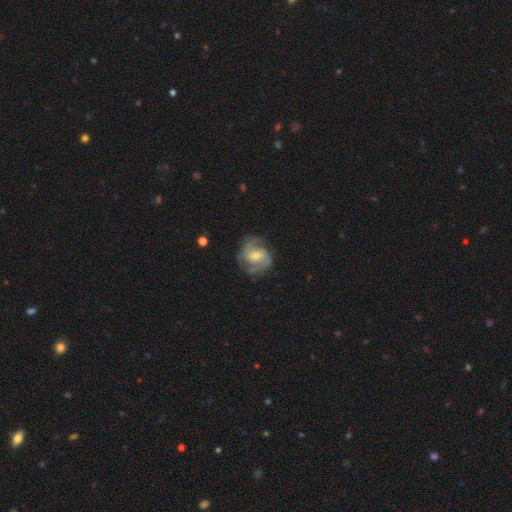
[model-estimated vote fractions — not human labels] Smooth or featured: featured or disk — 76% (smooth — 18%)
Edge-on disk: no — 98% (yes — 2%)
Bar: weak — 45% (no — 43%)
Spiral arms: yes — 92% (no — 8%)
Spiral winding: medium — 48% (tight — 30%)
Spiral arm count: 2 — 61% (can't tell — 16%)
Bulge size: small — 51% (moderate — 44%)
Merging: none — 69% (minor disturbance — 19%)